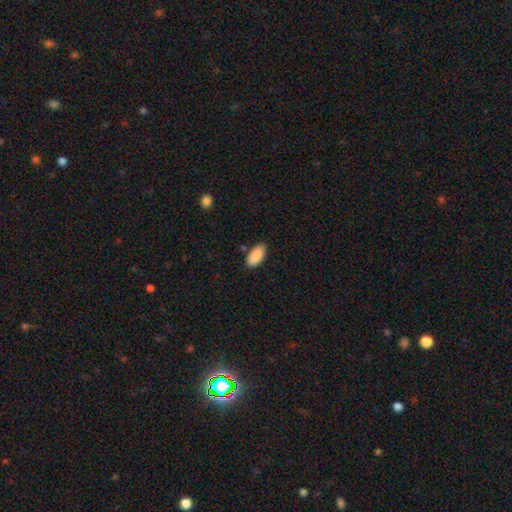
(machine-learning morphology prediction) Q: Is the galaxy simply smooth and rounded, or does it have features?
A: smooth — 90%.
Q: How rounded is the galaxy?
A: in between — 93%.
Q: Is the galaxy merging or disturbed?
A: none — 80%.